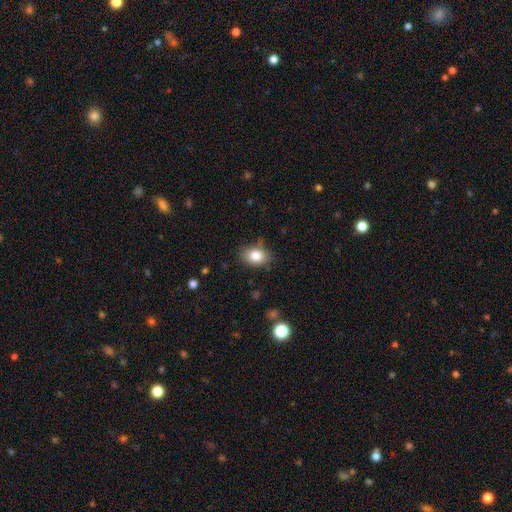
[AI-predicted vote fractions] smooth_or_featured: smooth (p=0.83) [alt: star or artifact p=0.09]
how_rounded: in between (p=0.70) [alt: round p=0.29]
merging: none (p=0.76) [alt: minor disturbance p=0.18]